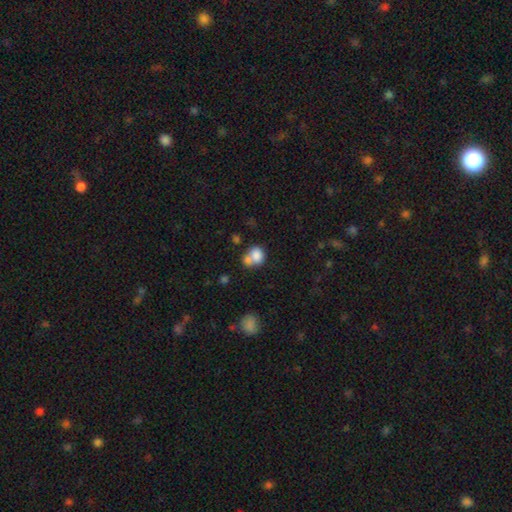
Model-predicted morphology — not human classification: The model was most divided on "how rounded": round: 57%, in between: 42%, cigar-shaped: 1%. More confident: smooth or featured — smooth (80%); merging — merger (52%).